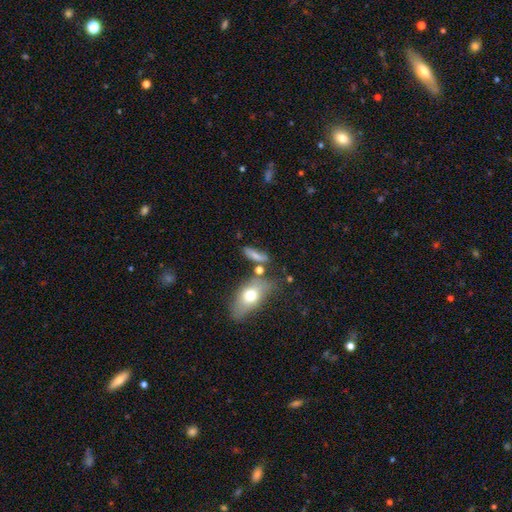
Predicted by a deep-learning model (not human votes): A smooth galaxy with no disk features (65%) that is in between round and cigar-shaped (53%).

Vote fractions:
- Smooth or featured? smooth: 65% / featured or disk: 24% / star or artifact: 12%
- How rounded? in between: 53% / cigar-shaped: 40% / round: 7%
- Merging? none: 53% / minor disturbance: 20% / merger: 18% / major disturbance: 10%